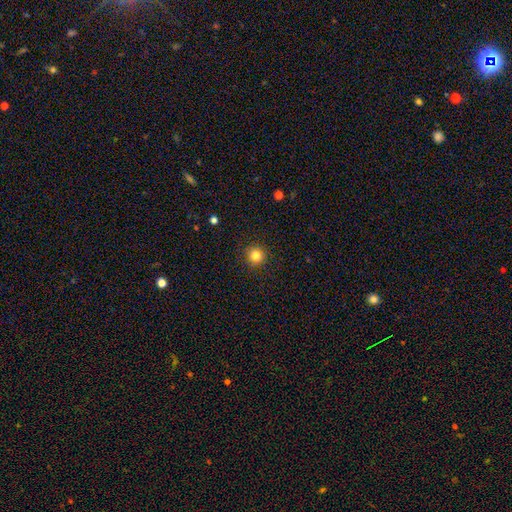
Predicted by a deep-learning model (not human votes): smooth-or-featured: smooth: 82% | star or artifact: 12% | featured or disk: 6%
  how-rounded: round: 94% | in between: 5% | cigar-shaped: 1%
  merging: none: 91% | minor disturbance: 6% | major disturbance: 2% | merger: 1%